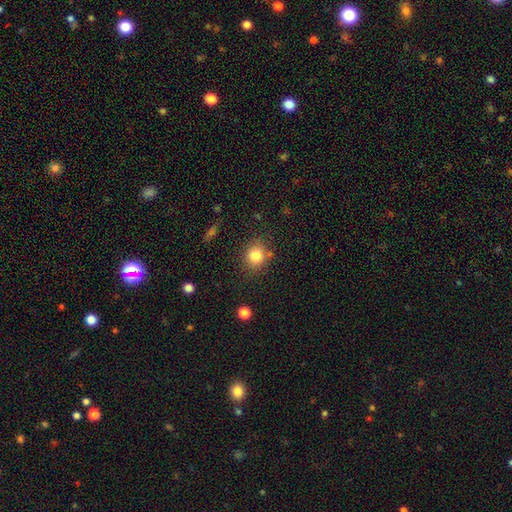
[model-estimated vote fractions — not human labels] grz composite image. It shows a smooth galaxy with no disk features (82%) that is round (71%). Merging: none (78%).